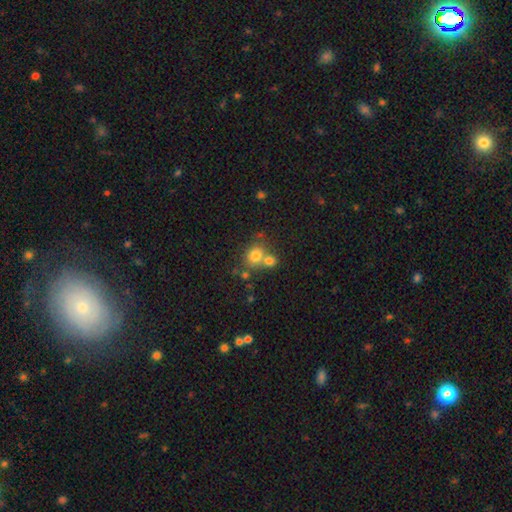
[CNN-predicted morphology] type=smooth (76%); roundness=round (72%); merging=none (45%).